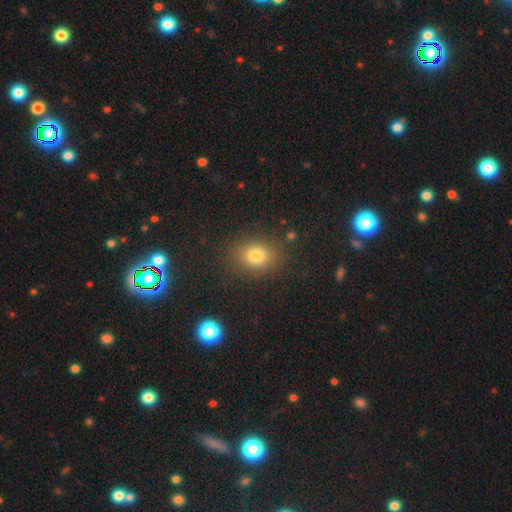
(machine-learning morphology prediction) A smooth galaxy with no disk features (77%) that is round (58%). Merging: none (84%).